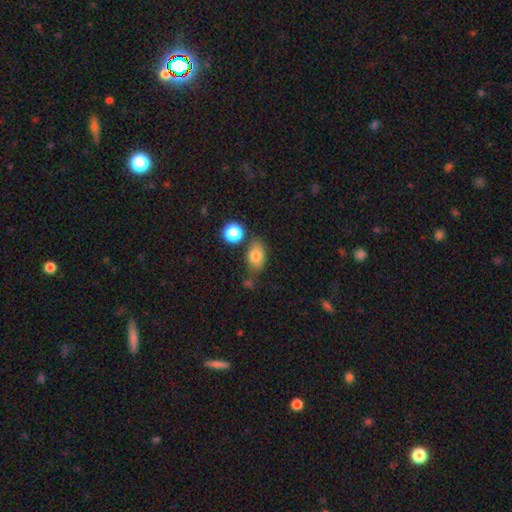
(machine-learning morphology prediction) Smooth or featured? smooth (79%)
How rounded? in between (80%)
Merging? none (65%)